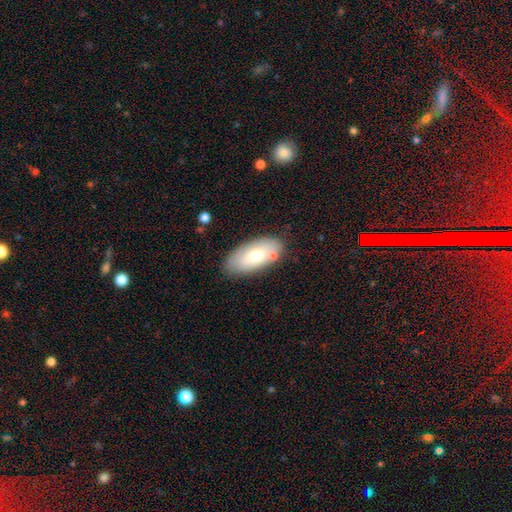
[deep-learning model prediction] Smooth or featured: smooth — 70% (featured or disk — 23%)
How rounded: in between — 91% (cigar-shaped — 7%)
Merging: none — 77% (minor disturbance — 14%)